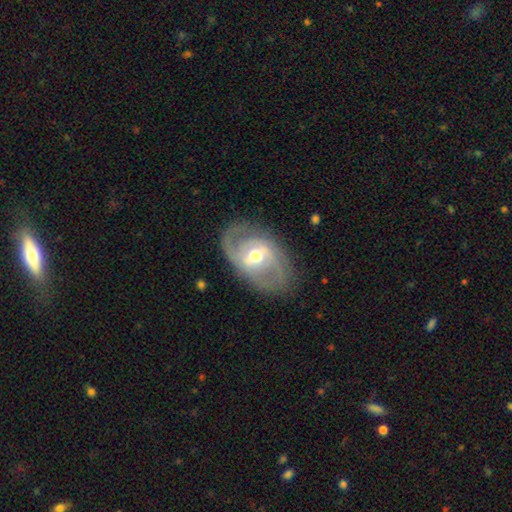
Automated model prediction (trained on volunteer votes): smooth-or-featured: featured or disk: 80% | smooth: 15% | star or artifact: 5%
  disk-edge-on: no: 95% | yes: 5%
    bar: weak: 49% | strong: 25% | no: 25%
    has-spiral-arms: yes: 83% | no: 17%
      spiral-winding: medium: 45% | tight: 34% | loose: 21%
      spiral-arm-count: 2: 75% | can't tell: 14% | 3: 4% | 1: 4% | 4: 2% | more than 4: 1%
    bulge-size: moderate: 69% | small: 22% | large: 7% | dominant: 1% | none: 1%
  merging: none: 78% | minor disturbance: 14% | major disturbance: 7% | merger: 1%